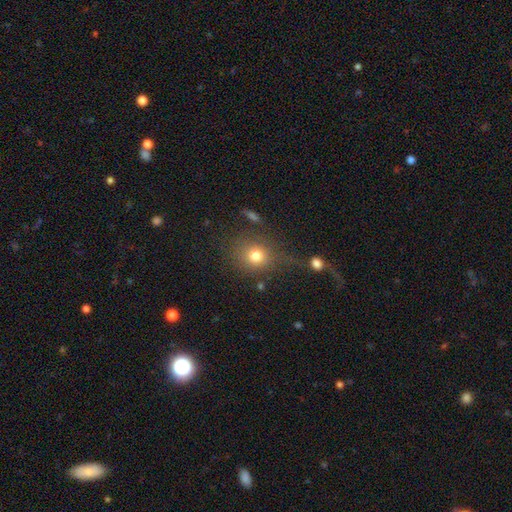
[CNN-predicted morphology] This is likely a smooth galaxy (77%). How rounded: clearly round (82%). Merging: likely none (66%).